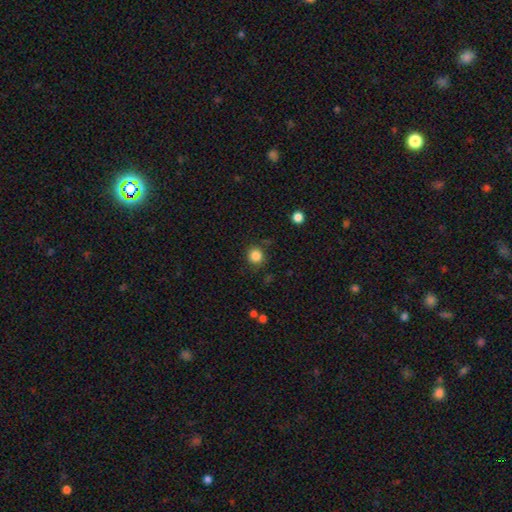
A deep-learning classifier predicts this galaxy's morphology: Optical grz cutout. It shows a smooth galaxy with no disk features (85%) that is round (91%). Merging: none (85%).